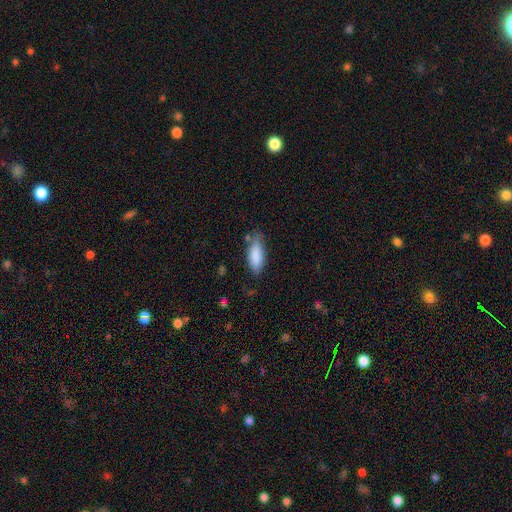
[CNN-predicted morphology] Smooth or featured: smooth — 87% (featured or disk — 7%)
How rounded: in between — 77% (cigar-shaped — 22%)
Merging: none — 65% (minor disturbance — 26%)